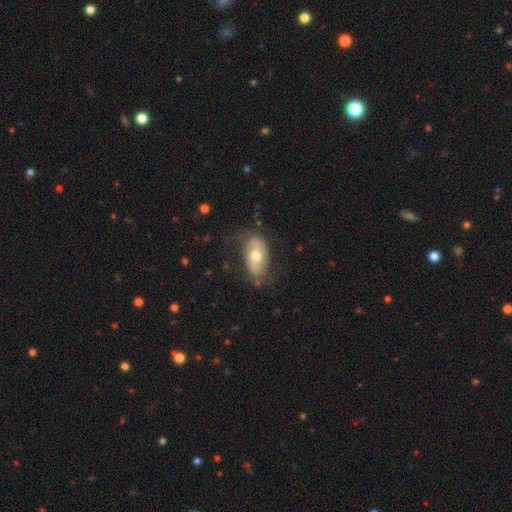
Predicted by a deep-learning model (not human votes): This is possibly a smooth galaxy (52%). How rounded: clearly in between (91%). Merging: likely none (68%).